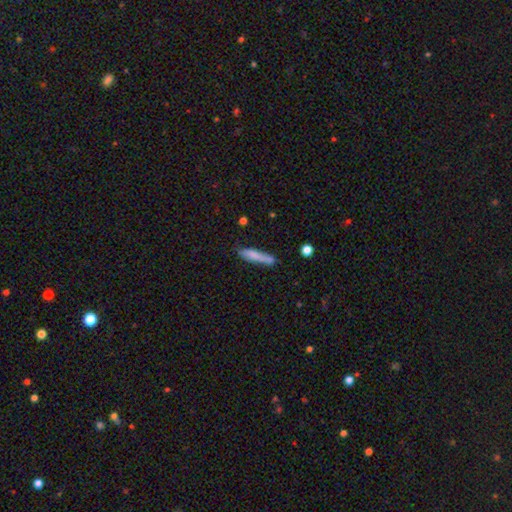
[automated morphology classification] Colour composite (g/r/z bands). It shows a smooth galaxy with no disk features (77%) that is cigar-shaped (87%). Merging: none (64%).